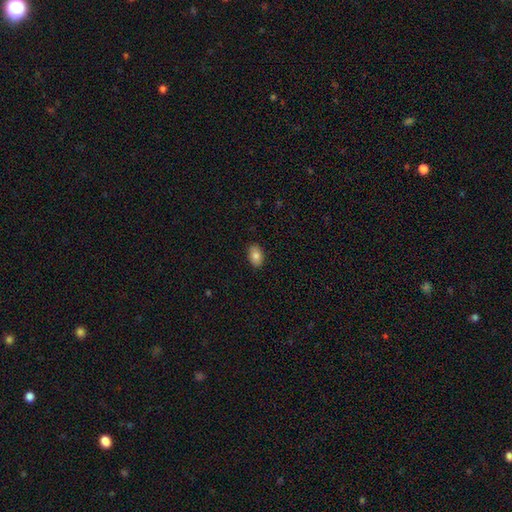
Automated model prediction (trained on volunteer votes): Smooth or featured? smooth (85%)
How rounded? in between (90%)
Merging? none (89%)